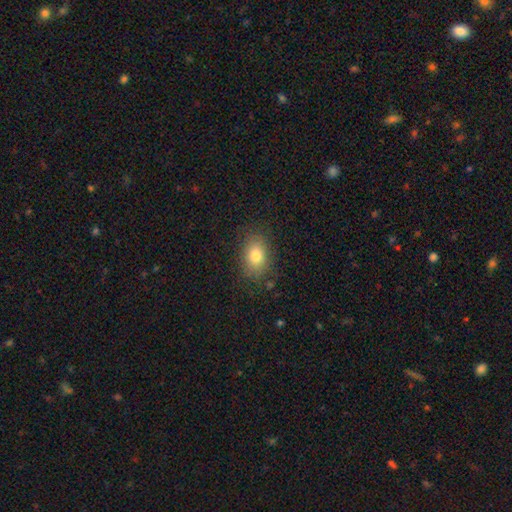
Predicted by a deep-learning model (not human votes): The model was most divided on "how rounded": in between: 81%, round: 17%, cigar-shaped: 1%. More confident: merging — none (82%); smooth or featured — smooth (80%).